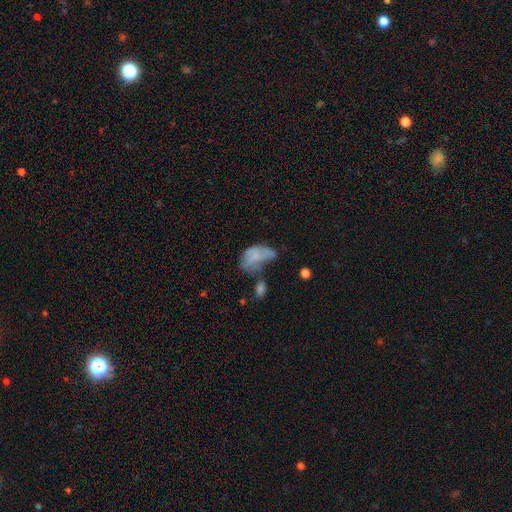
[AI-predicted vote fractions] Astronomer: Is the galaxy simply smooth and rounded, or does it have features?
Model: smooth — 64%.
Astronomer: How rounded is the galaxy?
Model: in between — 90%.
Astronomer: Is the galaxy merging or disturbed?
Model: major disturbance — 33% (runner-up: minor disturbance, 27%).